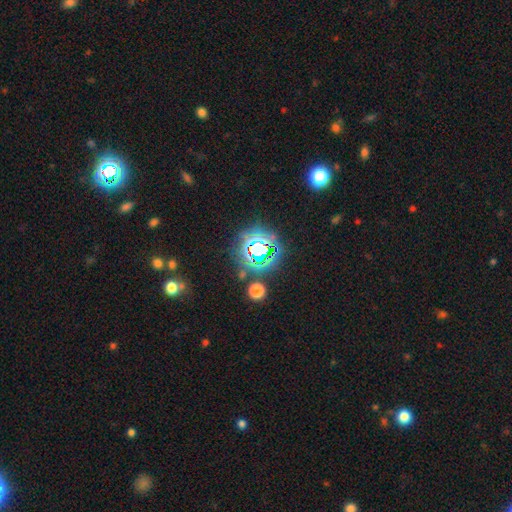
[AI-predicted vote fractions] This is likely a star or artifact rather than a galaxy (76%).